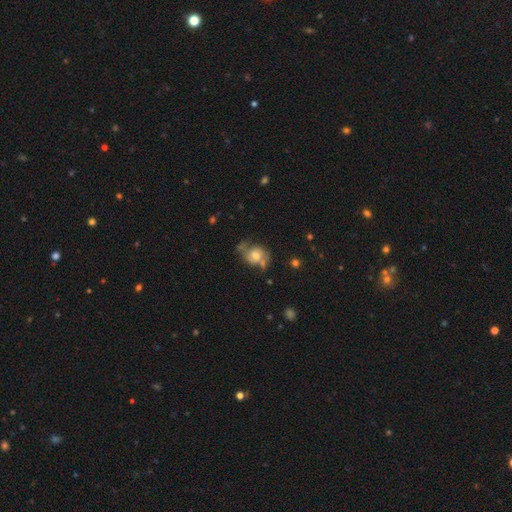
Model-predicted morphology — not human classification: A featured or disk galaxy (54%) with no bar (70%), spiral arms (74%) and a moderate central bulge (55%).

Vote fractions:
- Smooth or featured? featured or disk: 54% / smooth: 36% / star or artifact: 10%
- Edge-on disk? no: 96% / yes: 4%
- Bar? no: 70% / weak: 25% / strong: 5%
- Spiral arms? yes: 74% / no: 26%
- Bulge size? moderate: 55% / large: 20% / small: 19% / none: 4% / dominant: 2%
- Merging? none: 46% / minor disturbance: 26% / major disturbance: 16% / merger: 12%